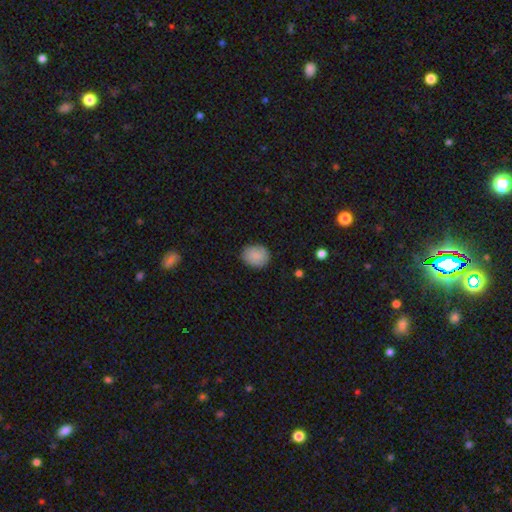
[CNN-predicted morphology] This is clearly a smooth galaxy (88%). How rounded: likely round (63%). Merging: clearly none (84%).